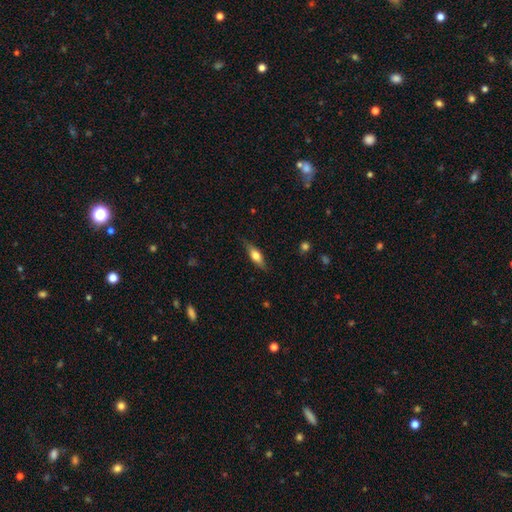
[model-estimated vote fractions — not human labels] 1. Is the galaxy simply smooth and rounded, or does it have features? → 61% smooth, 33% featured or disk, 6% star or artifact.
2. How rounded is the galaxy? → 53% in between, 44% cigar-shaped, 3% round.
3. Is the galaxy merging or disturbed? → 79% none, 17% minor disturbance, 4% major disturbance, 1% merger.